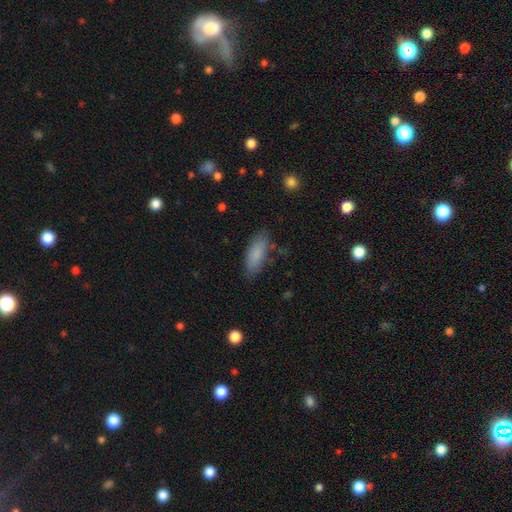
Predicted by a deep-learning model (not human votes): Q: Smooth or featured?
A: smooth (85%); runner-up: featured or disk (9%)
Q: How rounded?
A: in between (77%); runner-up: cigar-shaped (21%)
Q: Merging?
A: none (73%); runner-up: minor disturbance (20%)